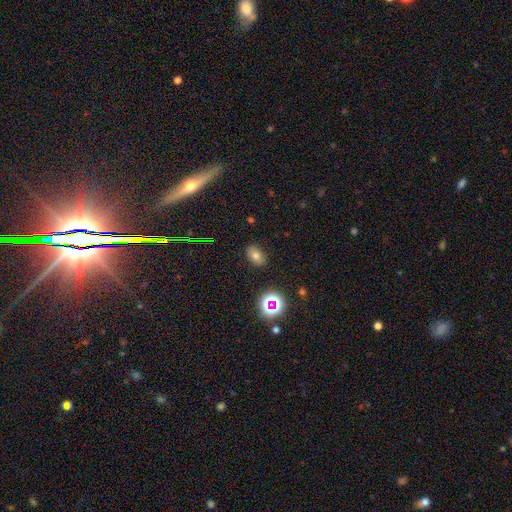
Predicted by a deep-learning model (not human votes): This appears to be a smooth galaxy with no disk features (69%) that is in between round and cigar-shaped (83%). Merging: none (86%).